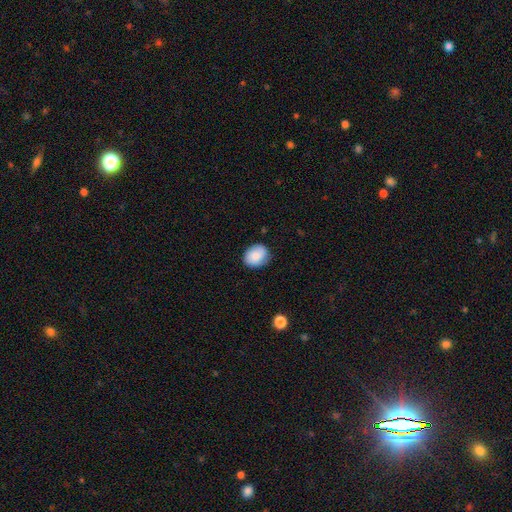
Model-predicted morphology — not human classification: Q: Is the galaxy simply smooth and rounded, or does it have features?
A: smooth — 82%.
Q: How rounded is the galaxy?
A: round — 53%.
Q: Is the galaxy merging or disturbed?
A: none — 80%.